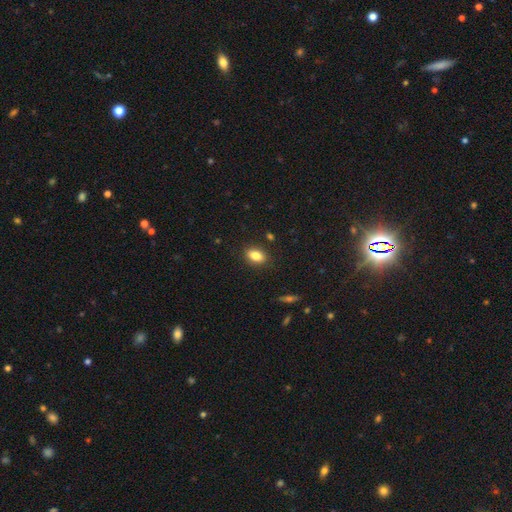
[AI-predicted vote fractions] Smooth or featured: smooth — 84% (star or artifact — 9%)
How rounded: in between — 80% (round — 18%)
Merging: none — 87% (minor disturbance — 9%)